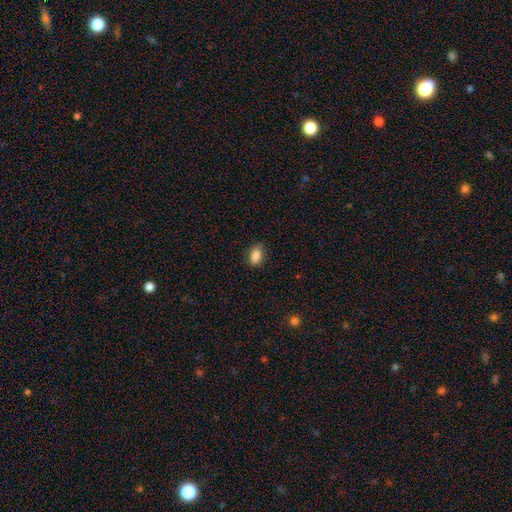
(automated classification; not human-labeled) Overall: smooth (87%). How rounded: in between (87%). Merging: none (80%).